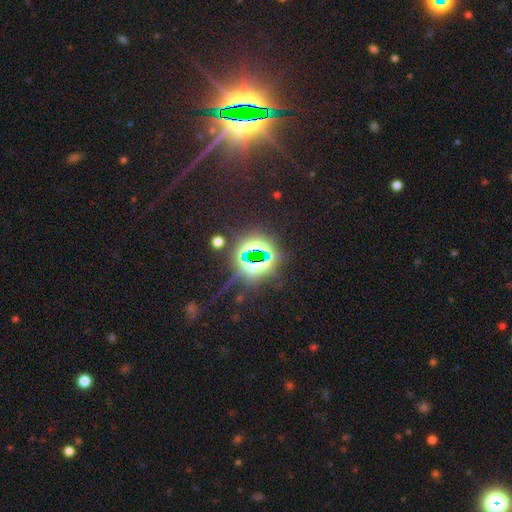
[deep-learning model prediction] Overall: star or artifact (80%).